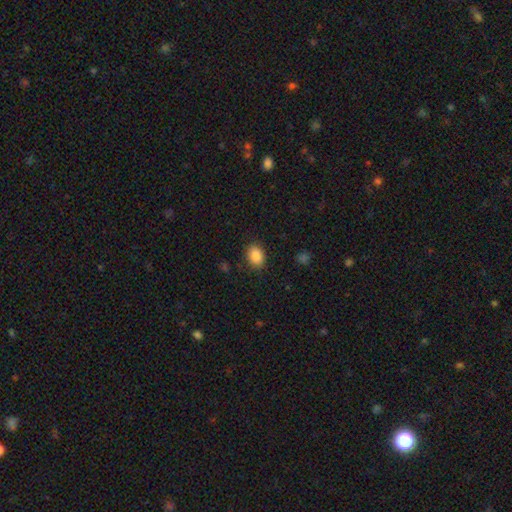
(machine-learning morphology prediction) smooth-or-featured: smooth: 88% | star or artifact: 8% | featured or disk: 4%
  how-rounded: in between: 71% | round: 28% | cigar-shaped: 1%
  merging: none: 87% | minor disturbance: 9% | major disturbance: 3% | merger: 1%